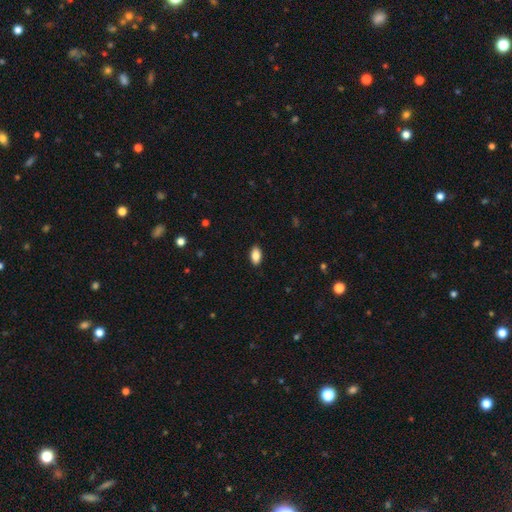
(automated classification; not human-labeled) Overall: smooth (86%). How rounded: in between (93%). Merging: none (89%).